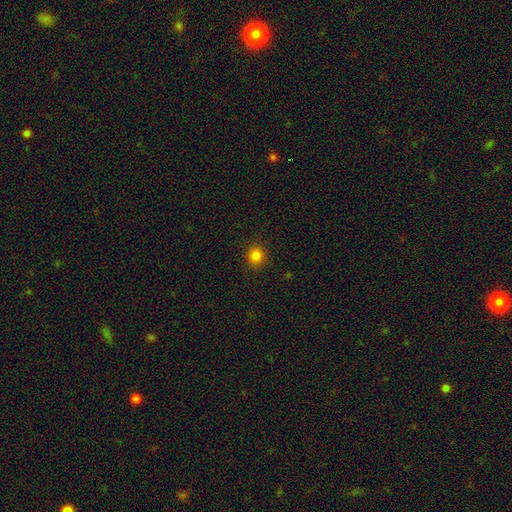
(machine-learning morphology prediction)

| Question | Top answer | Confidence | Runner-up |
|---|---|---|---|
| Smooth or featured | smooth | 83% | star or artifact (13%) |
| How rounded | round | 90% | in between (9%) |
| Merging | none | 91% | minor disturbance (6%) |